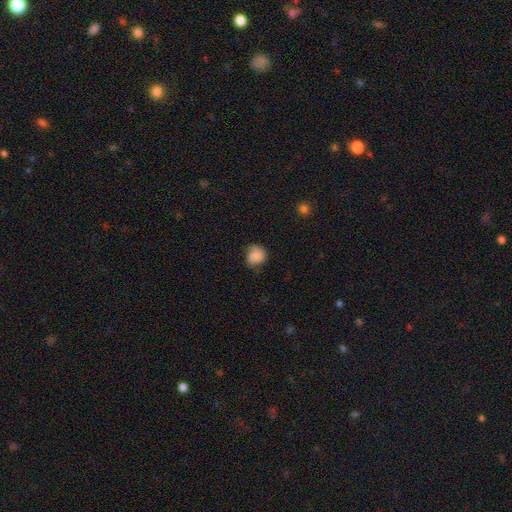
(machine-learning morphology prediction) Smooth or featured? smooth (84%)
How rounded? round (80%)
Merging? none (63%)